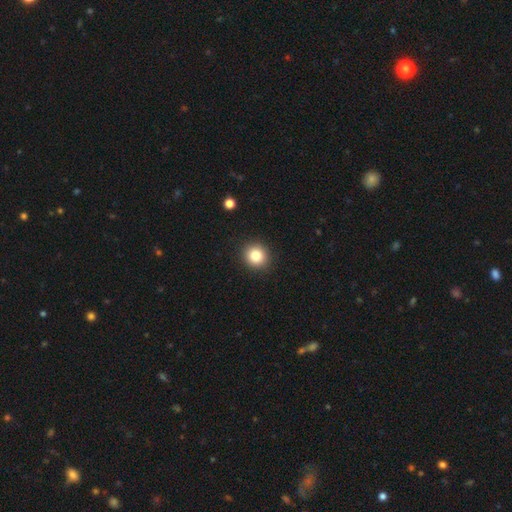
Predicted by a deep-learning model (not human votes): smooth 84%, star or artifact 10%, featured or disk 6%. Down the decision tree: how rounded — round (86%); merging — none (91%).